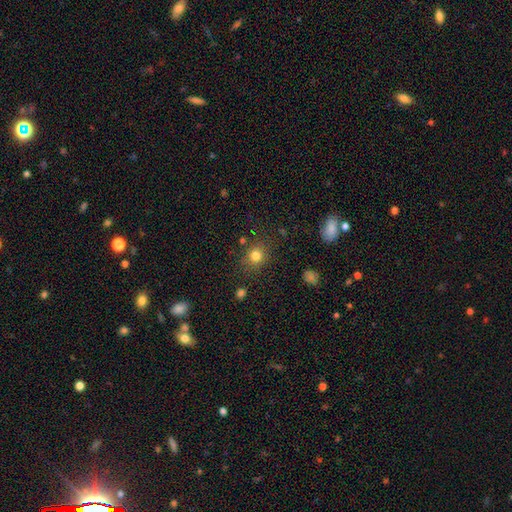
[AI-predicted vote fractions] Smooth or featured? smooth (80%)
How rounded? round (82%)
Merging? none (82%)